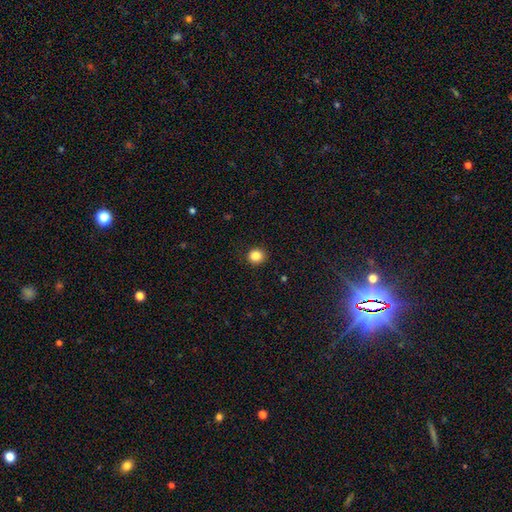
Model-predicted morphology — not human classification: A smooth galaxy with no disk features (86%) that is round (84%).

Vote fractions:
- Smooth or featured? smooth: 86% / star or artifact: 10% / featured or disk: 4%
- How rounded? round: 84% / in between: 15% / cigar-shaped: 1%
- Merging? none: 90% / minor disturbance: 7% / major disturbance: 2% / merger: 1%